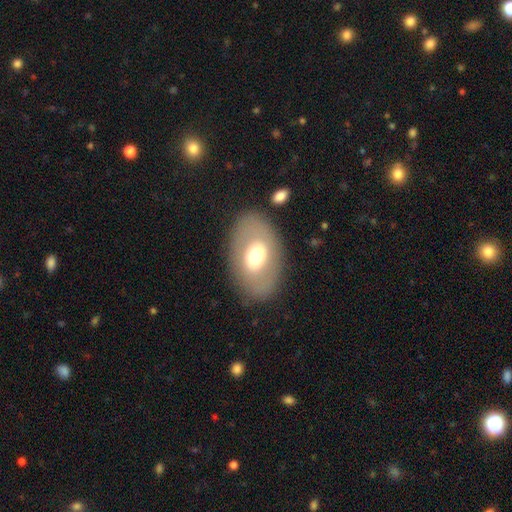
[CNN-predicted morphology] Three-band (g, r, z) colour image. It shows a smooth galaxy with no disk features (55%) that is in between round and cigar-shaped (83%). Merging: none (82%).